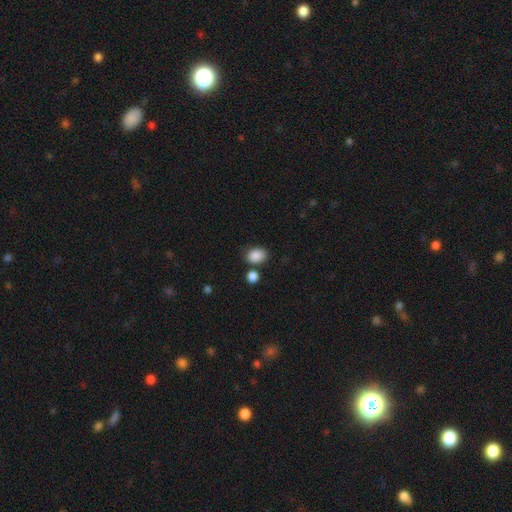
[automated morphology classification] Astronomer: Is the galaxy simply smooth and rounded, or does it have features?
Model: smooth — 87%.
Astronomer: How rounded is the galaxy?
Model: in between — 67%.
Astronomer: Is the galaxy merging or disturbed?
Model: none — 68%.